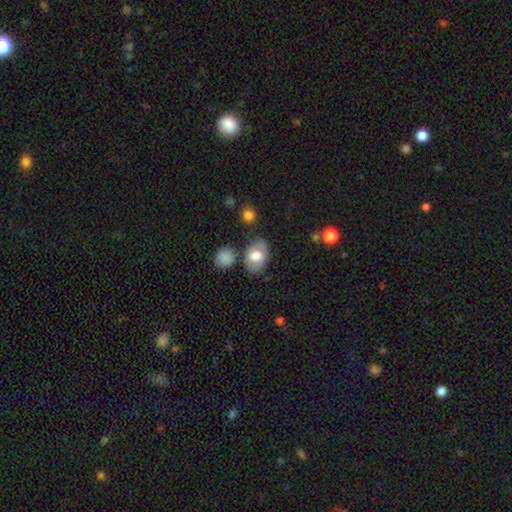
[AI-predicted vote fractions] Smooth or featured? smooth (63%)
How rounded? in between (84%)
Merging? none (72%)